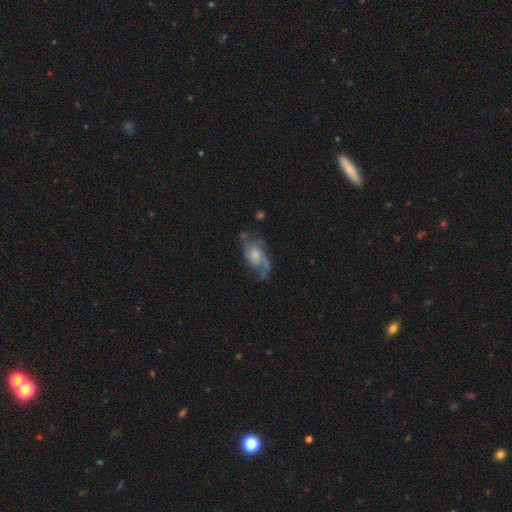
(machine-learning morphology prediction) A featured or disk galaxy (74%) with no bar (65%), 2 (48%) medium (44%) spiral arms (88%) and a moderate central bulge (44%).

Vote fractions:
- Smooth or featured? featured or disk: 74% / smooth: 19% / star or artifact: 7%
- Edge-on disk? no: 96% / yes: 4%
- Bar? no: 65% / weak: 31% / strong: 5%
- Spiral arms? yes: 88% / no: 12%
- Spiral winding? medium: 44% / loose: 39% / tight: 17%
- Spiral arm count? 2: 48% / can't tell: 19% / 3: 16% / 1: 9% / 4: 5% / more than 4: 3%
- Bulge size? moderate: 44% / small: 36% / large: 9% / none: 9% / dominant: 2%
- Merging? none: 54% / minor disturbance: 22% / major disturbance: 21% / merger: 3%